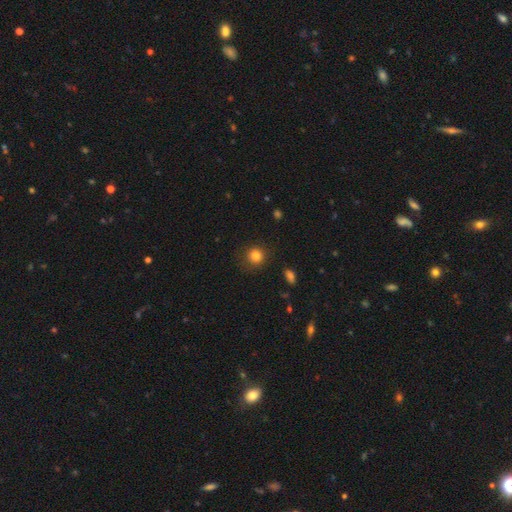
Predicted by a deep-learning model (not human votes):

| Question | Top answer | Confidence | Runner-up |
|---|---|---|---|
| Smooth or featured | smooth | 83% | star or artifact (12%) |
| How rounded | round | 90% | in between (9%) |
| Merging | none | 85% | minor disturbance (10%) |